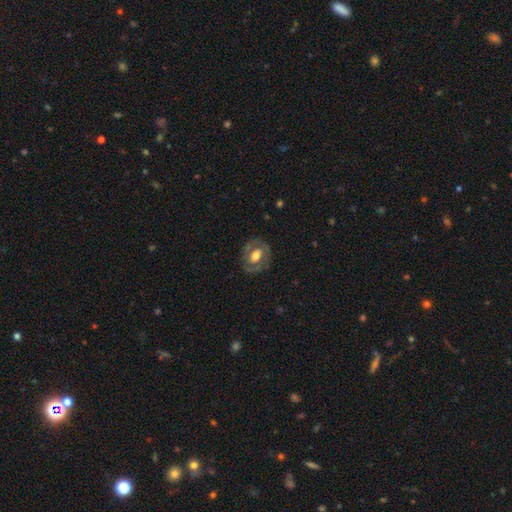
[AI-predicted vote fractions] A featured or disk galaxy (61%) with no bar (52%), no spiral arms (55%) and a moderate central bulge (57%). Merging: none (78%).